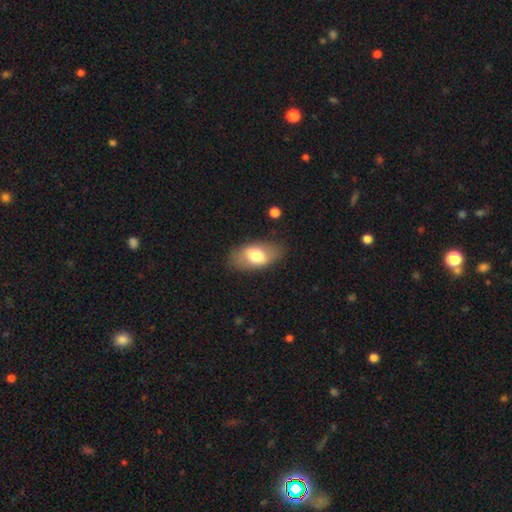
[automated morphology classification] smooth_or_featured: smooth (p=0.69) [alt: featured or disk p=0.24]
how_rounded: in between (p=0.91) [alt: round p=0.06]
merging: none (p=0.79) [alt: minor disturbance p=0.14]